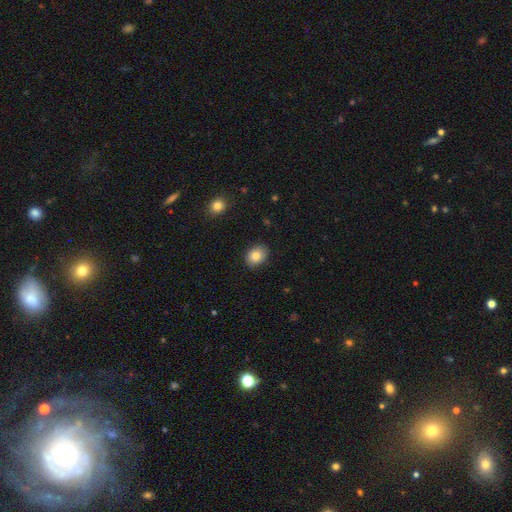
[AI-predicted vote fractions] A smooth galaxy with no disk features (82%) that is in between round and cigar-shaped (55%). Merging: none (86%).